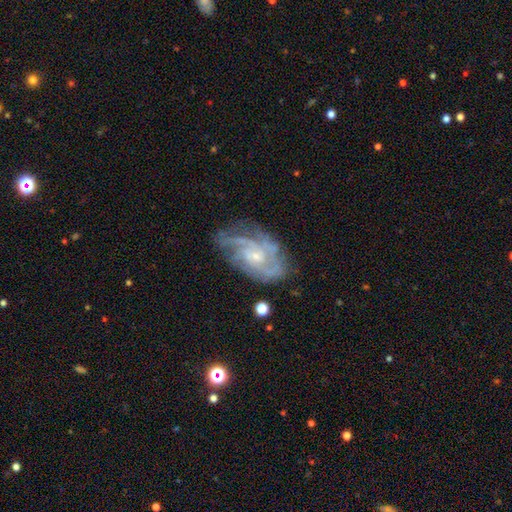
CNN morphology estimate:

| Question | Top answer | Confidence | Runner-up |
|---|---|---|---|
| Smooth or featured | featured or disk | 84% | smooth (9%) |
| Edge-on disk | no | 96% | yes (4%) |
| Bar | no | 67% | weak (28%) |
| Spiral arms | yes | 94% | no (6%) |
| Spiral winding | tight | 51% | medium (39%) |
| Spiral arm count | can't tell | 30% | 3 (27%) |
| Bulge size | small | 65% | moderate (28%) |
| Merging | none | 62% | minor disturbance (23%) |